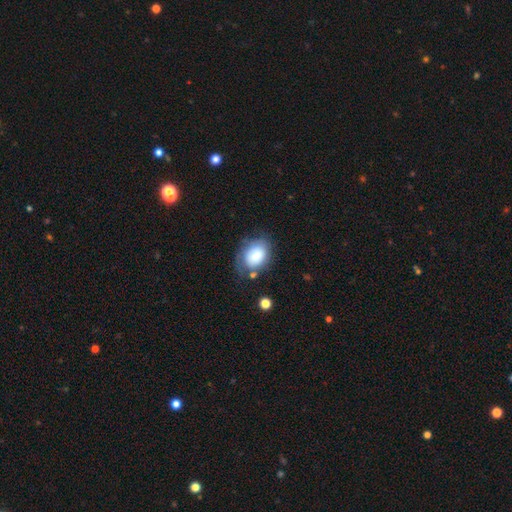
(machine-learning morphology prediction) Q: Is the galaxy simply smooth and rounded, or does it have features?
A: smooth — 78%.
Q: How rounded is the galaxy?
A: in between — 70%.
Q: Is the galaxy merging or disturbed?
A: none — 60%.